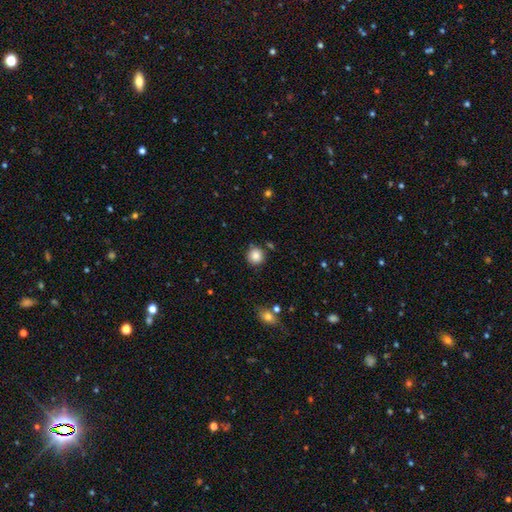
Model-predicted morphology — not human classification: type=smooth (84%); roundness=round (93%); merging=none (85%).